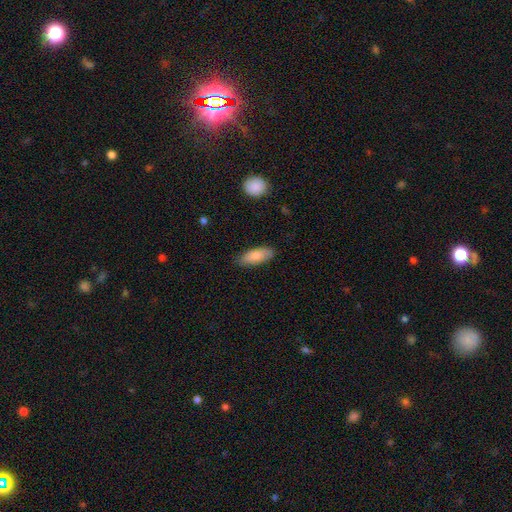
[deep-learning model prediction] smooth-or-featured: smooth: 81% | featured or disk: 13% | star or artifact: 6%
  how-rounded: in between: 79% | cigar-shaped: 19% | round: 2%
  merging: none: 83% | minor disturbance: 13% | major disturbance: 2% | merger: 1%